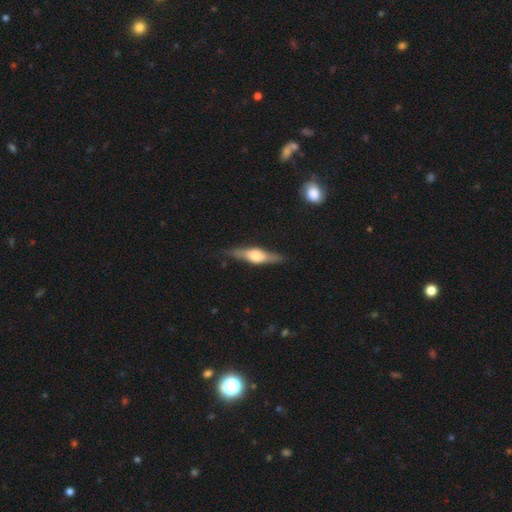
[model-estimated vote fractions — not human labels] Overall: featured or disk (62%; smooth 32%). Edge-on disk: yes (93%). Edge-on bulge: rounded (87%). Merging: none (82%).